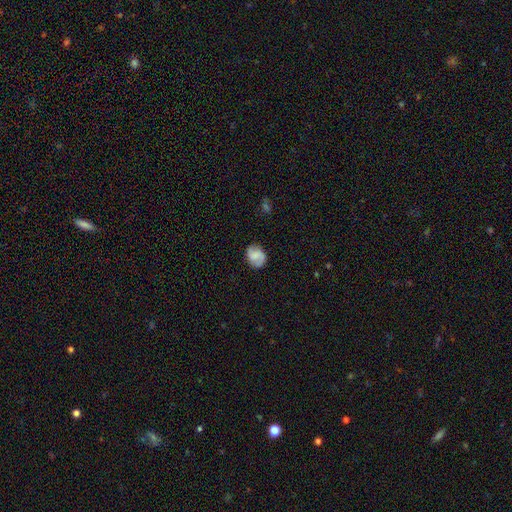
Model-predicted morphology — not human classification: Smooth or featured?
  - featured or disk: 49% *
  - smooth: 43%
  - star or artifact: 8%
Merging?
  - none: 79% *
  - minor disturbance: 15%
  - major disturbance: 4%
  - merger: 1%